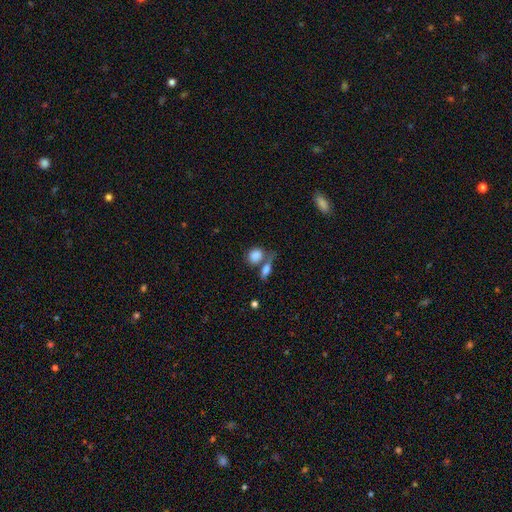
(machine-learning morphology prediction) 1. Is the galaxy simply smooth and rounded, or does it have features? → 84% smooth, 8% star or artifact, 7% featured or disk.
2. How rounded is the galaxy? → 50% round, 47% in between, 3% cigar-shaped.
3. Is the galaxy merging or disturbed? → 43% none, 37% merger, 13% minor disturbance, 7% major disturbance.